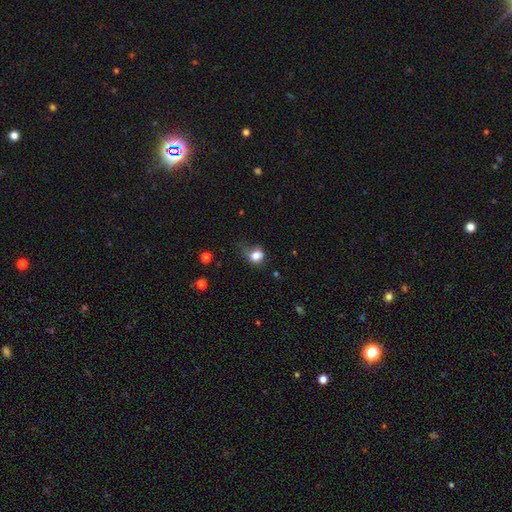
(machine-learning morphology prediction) Q: Smooth or featured?
A: smooth (79%); runner-up: star or artifact (11%)
Q: How rounded?
A: round (59%); runner-up: in between (40%)
Q: Merging?
A: minor disturbance (38%); runner-up: none (36%)